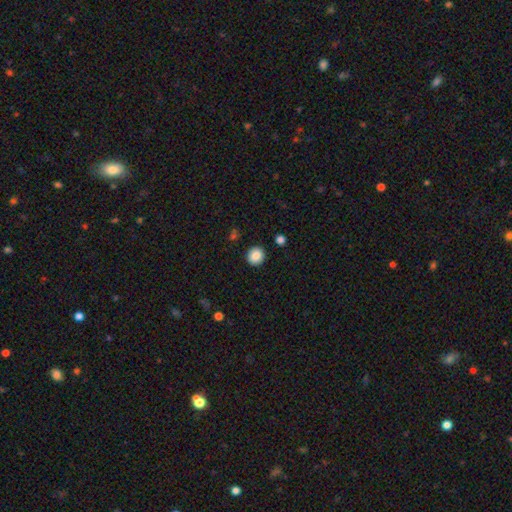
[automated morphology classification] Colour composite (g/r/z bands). It shows a smooth galaxy with no disk features (87%) that is round (90%). Merging: none (91%).